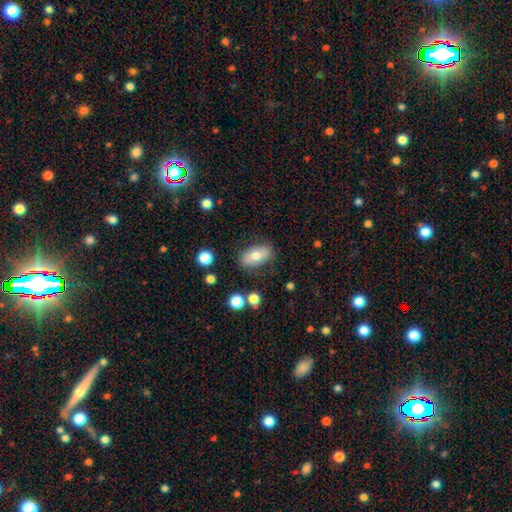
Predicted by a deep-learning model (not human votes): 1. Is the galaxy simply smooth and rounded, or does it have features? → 68% smooth, 24% featured or disk, 8% star or artifact.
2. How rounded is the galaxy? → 90% in between, 7% round, 3% cigar-shaped.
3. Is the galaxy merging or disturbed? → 78% none, 15% minor disturbance, 4% major disturbance, 2% merger.